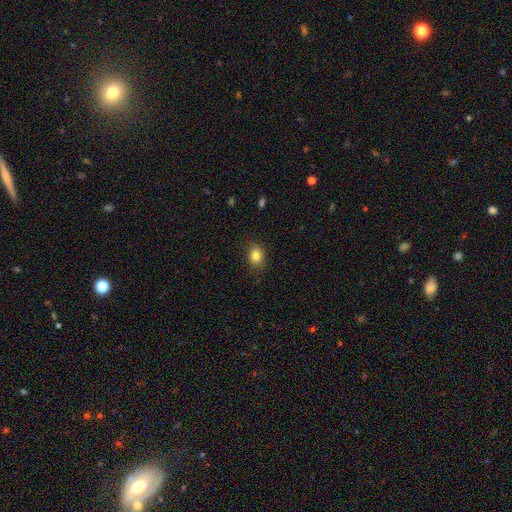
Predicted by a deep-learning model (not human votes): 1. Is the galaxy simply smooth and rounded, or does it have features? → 83% smooth, 10% star or artifact, 7% featured or disk.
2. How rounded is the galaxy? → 60% in between, 38% round, 1% cigar-shaped.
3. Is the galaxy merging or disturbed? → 81% none, 14% minor disturbance, 3% major disturbance, 1% merger.